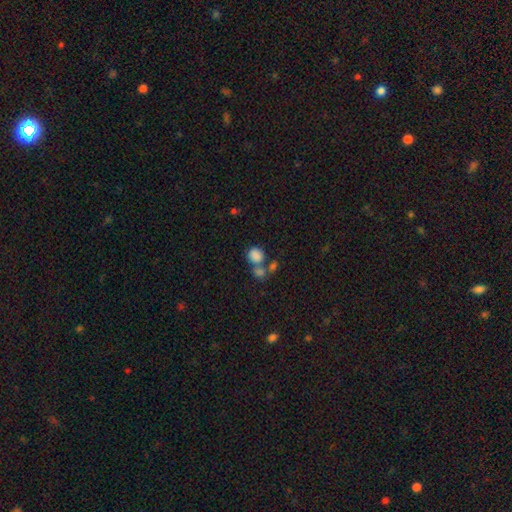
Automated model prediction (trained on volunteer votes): A smooth galaxy with no disk features (82%) that is round (73%).

Vote fractions:
- Smooth or featured? smooth: 82% / star or artifact: 11% / featured or disk: 7%
- How rounded? round: 73% / in between: 26% / cigar-shaped: 1%
- Merging? merger: 44% / none: 42% / minor disturbance: 9% / major disturbance: 5%